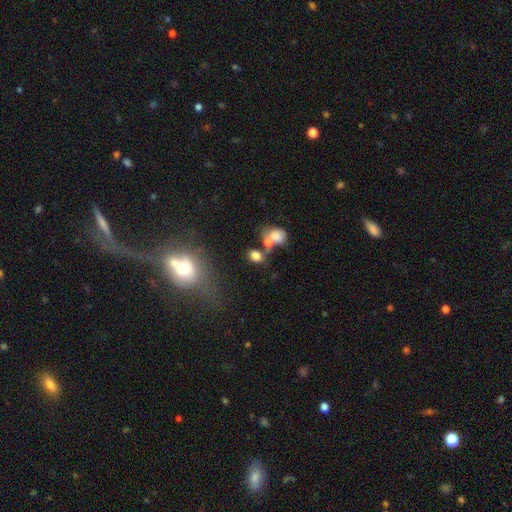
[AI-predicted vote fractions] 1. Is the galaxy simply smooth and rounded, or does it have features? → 75% smooth, 14% star or artifact, 11% featured or disk.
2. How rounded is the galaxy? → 66% in between, 32% round, 2% cigar-shaped.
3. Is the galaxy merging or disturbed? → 44% none, 36% merger, 13% minor disturbance, 8% major disturbance.